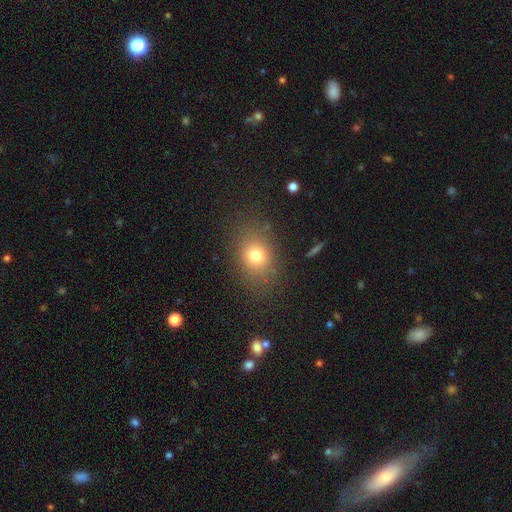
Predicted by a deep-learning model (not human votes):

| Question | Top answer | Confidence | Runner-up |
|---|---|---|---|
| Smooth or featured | smooth | 74% | star or artifact (15%) |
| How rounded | in between | 56% | round (42%) |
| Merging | none | 81% | minor disturbance (12%) |